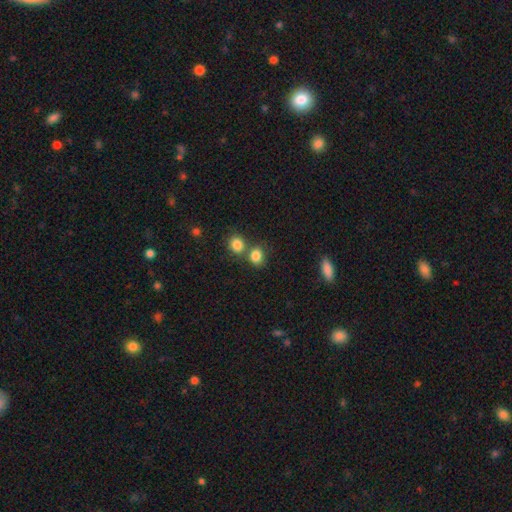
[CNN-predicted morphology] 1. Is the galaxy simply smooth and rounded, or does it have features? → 83% smooth, 11% star or artifact, 6% featured or disk.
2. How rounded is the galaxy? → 62% round, 37% in between, 1% cigar-shaped.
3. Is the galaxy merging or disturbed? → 50% none, 37% merger, 9% minor disturbance, 4% major disturbance.